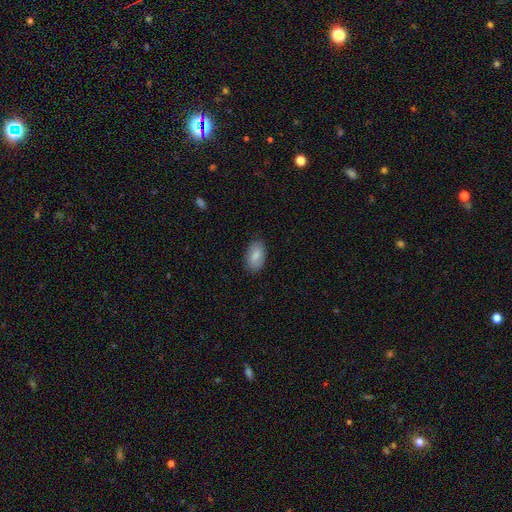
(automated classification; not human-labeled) Overall: smooth (82%). How rounded: in between (94%). Merging: none (86%).